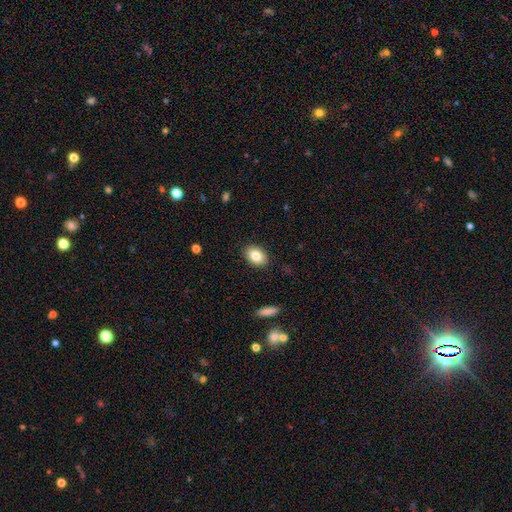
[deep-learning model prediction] This is clearly a smooth galaxy (85%). How rounded: clearly in between (83%). Merging: clearly none (88%).